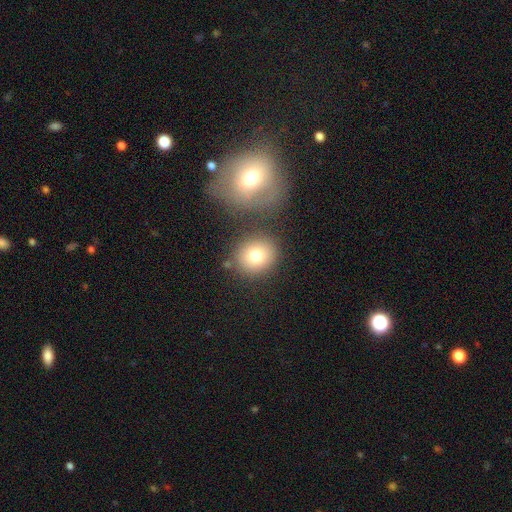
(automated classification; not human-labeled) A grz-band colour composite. It shows a smooth galaxy with no disk features (78%) that is round (76%). Merging: none (76%).